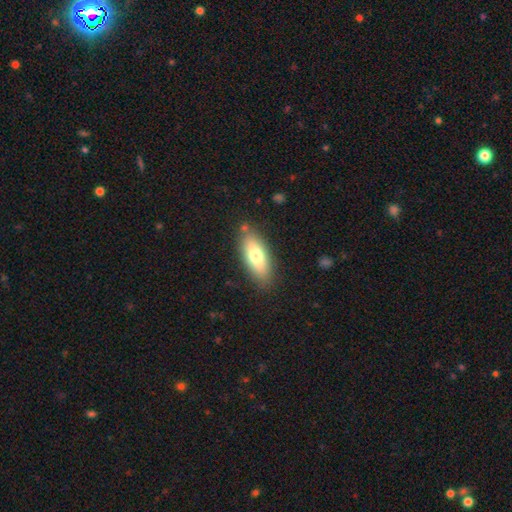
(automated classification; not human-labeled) The model was most divided on "smooth or featured": smooth: 73%, featured or disk: 20%, star or artifact: 7%. More confident: merging — none (82%); how rounded — in between (77%).